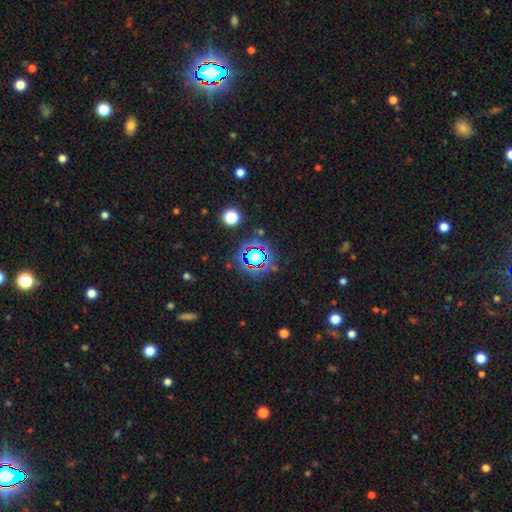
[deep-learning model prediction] A star or artifact, not a galaxy (61%).

Vote fractions:
- Smooth or featured? star or artifact: 61% / smooth: 27% / featured or disk: 12%